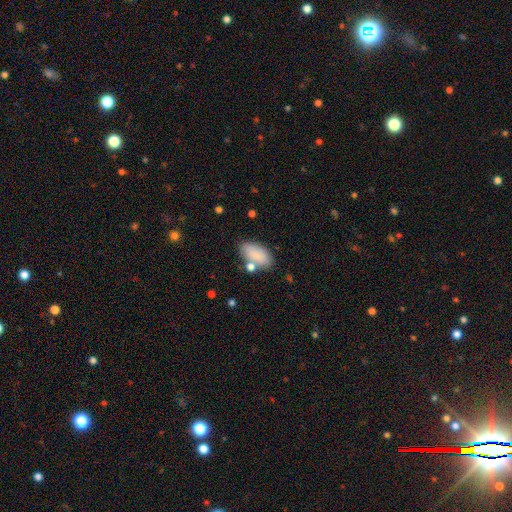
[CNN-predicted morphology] Smooth or featured: smooth — 85% (featured or disk — 8%)
How rounded: in between — 92% (cigar-shaped — 5%)
Merging: none — 67% (minor disturbance — 15%)